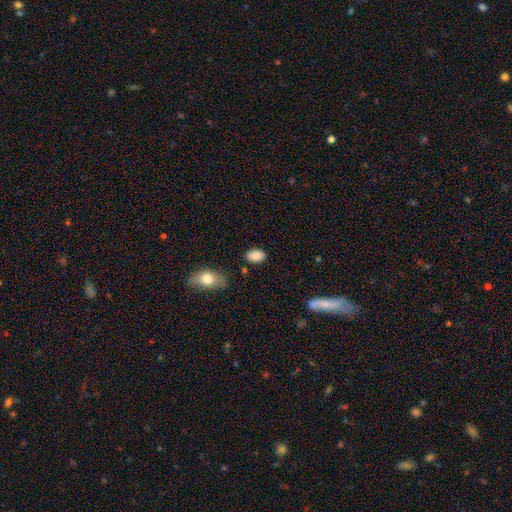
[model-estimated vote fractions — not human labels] Smooth or featured? Predicted: smooth (p=0.87). How rounded? Predicted: in between (p=0.88). Merging? Predicted: none (p=0.82).